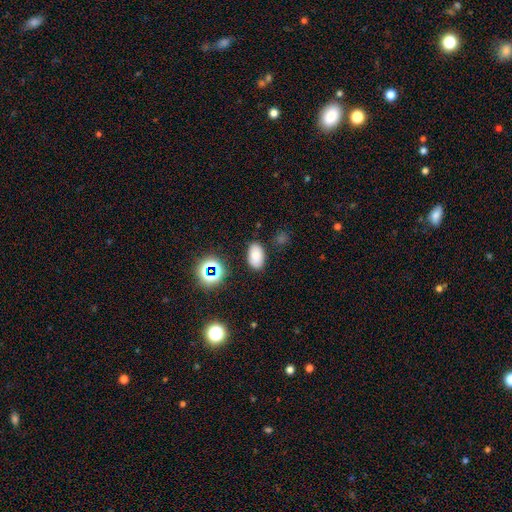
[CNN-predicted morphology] Smooth or featured: smooth — 77% (star or artifact — 14%)
How rounded: in between — 91% (round — 7%)
Merging: none — 84% (minor disturbance — 11%)